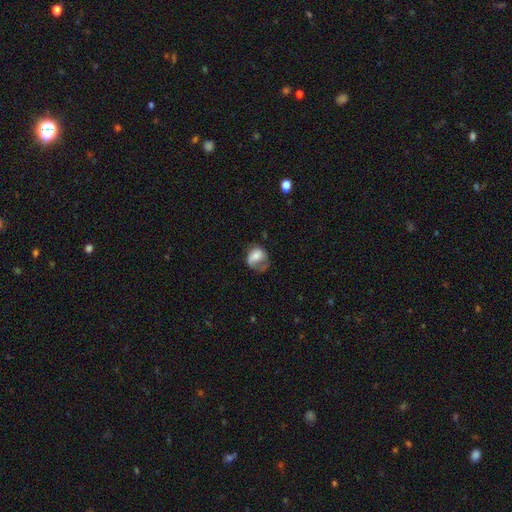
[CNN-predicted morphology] type=smooth (62%); roundness=round (50%); merging=major disturbance (38%).